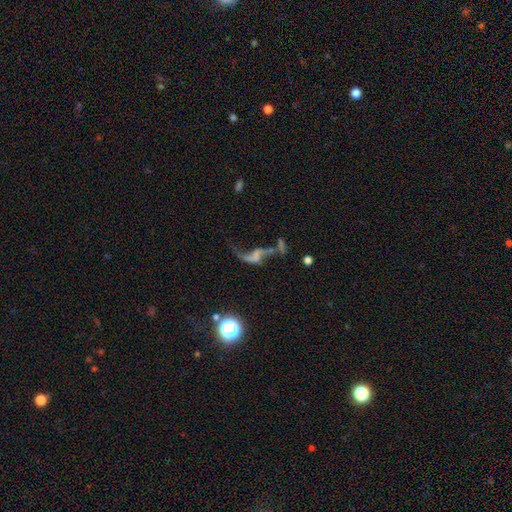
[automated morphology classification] Smooth or featured: featured or disk — 70% (smooth — 15%)
Edge-on disk: no — 94% (yes — 6%)
Bar: no — 52% (weak — 30%)
Spiral arms: yes — 79% (no — 21%)
Spiral winding: loose — 93% (medium — 5%)
Spiral arm count: 2 — 83% (1 — 12%)
Bulge size: none — 65% (small — 19%)
Merging: none — 38% (major disturbance — 29%)